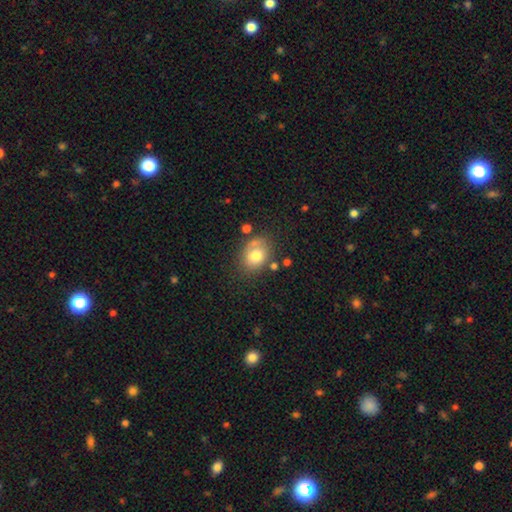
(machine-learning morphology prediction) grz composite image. It shows a smooth galaxy with no disk features (73%) that is in between round and cigar-shaped (57%). Merging: none (60%).